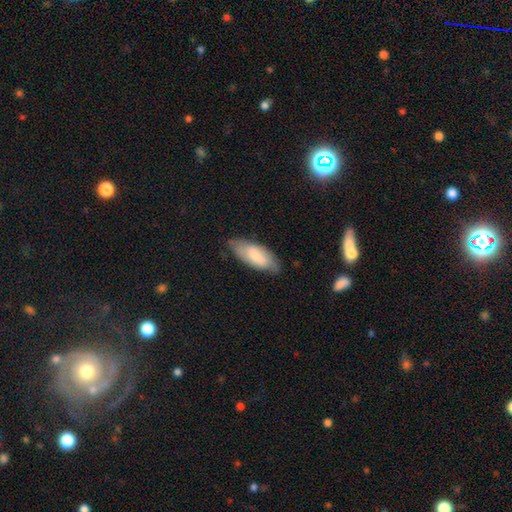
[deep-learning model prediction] Overall: smooth (71%). How rounded: in between (81%). Merging: none (71%).